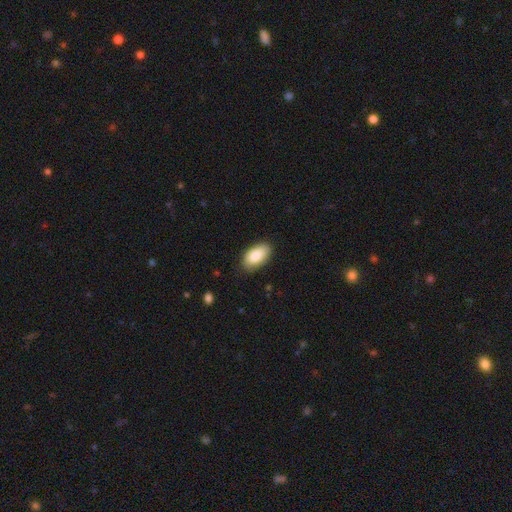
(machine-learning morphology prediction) smooth_or_featured: smooth (p=0.87) [alt: featured or disk p=0.07]
how_rounded: in between (p=0.95) [alt: round p=0.03]
merging: none (p=0.83) [alt: minor disturbance p=0.13]